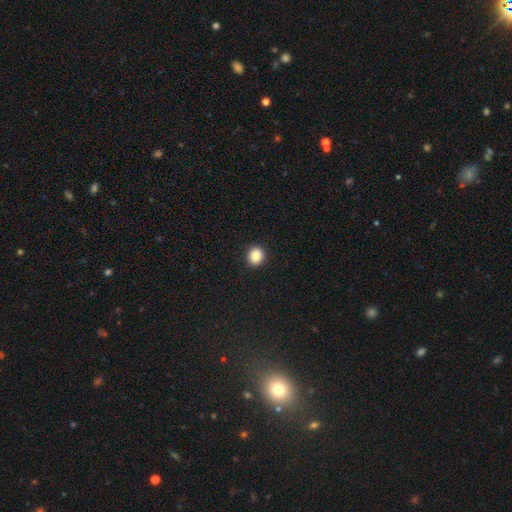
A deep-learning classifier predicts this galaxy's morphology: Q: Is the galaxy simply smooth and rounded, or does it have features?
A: smooth — 87%.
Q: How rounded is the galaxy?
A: round — 81%.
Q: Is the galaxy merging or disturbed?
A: none — 92%.